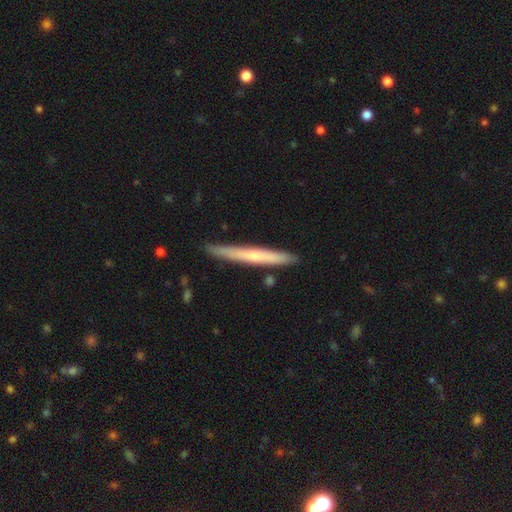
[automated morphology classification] A smooth galaxy with no disk features (49%). Merging: none (87%).